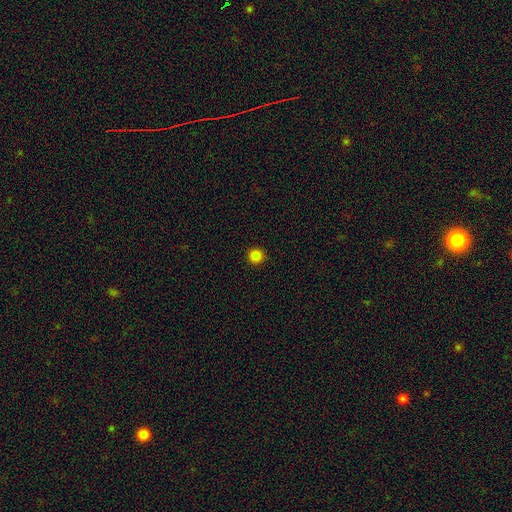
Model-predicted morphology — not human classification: Smooth or featured?
  - smooth: 85% *
  - star or artifact: 12%
  - featured or disk: 3%
How rounded?
  - round: 96% *
  - in between: 3%
  - cigar-shaped: 1%
Merging?
  - none: 93% *
  - minor disturbance: 4%
  - major disturbance: 1%
  - merger: 1%